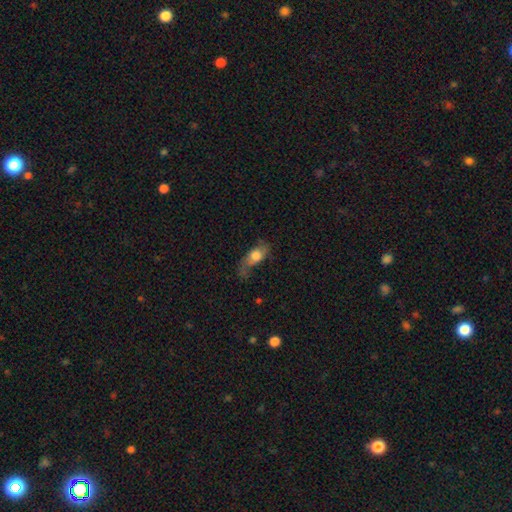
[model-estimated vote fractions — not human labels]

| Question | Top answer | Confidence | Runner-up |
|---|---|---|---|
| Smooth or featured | smooth | 61% | featured or disk (31%) |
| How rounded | in between | 74% | cigar-shaped (15%) |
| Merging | none | 38% | minor disturbance (30%) |